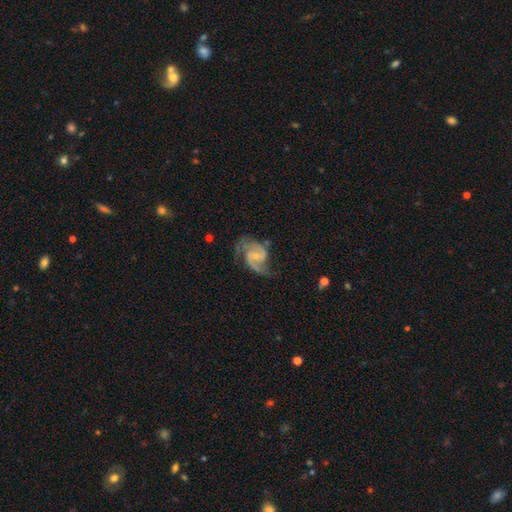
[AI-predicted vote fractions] Smooth or featured?
  - featured or disk: 90% *
  - smooth: 6%
  - star or artifact: 5%
Edge-on disk?
  - no: 98% *
  - yes: 2%
Bar?
  - weak: 46% *
  - no: 45%
  - strong: 9%
Spiral arms?
  - yes: 97% *
  - no: 3%
Spiral winding?
  - medium: 57% *
  - loose: 25%
  - tight: 19%
Spiral arm count?
  - 2: 89% *
  - 3: 3%
  - can't tell: 3%
  - 1: 2%
  - 4: 1%
  - more than 4: 1%
Bulge size?
  - small: 62% *
  - moderate: 25%
  - none: 10%
  - large: 2%
  - dominant: 1%
Merging?
  - none: 61% *
  - minor disturbance: 22%
  - major disturbance: 14%
  - merger: 2%